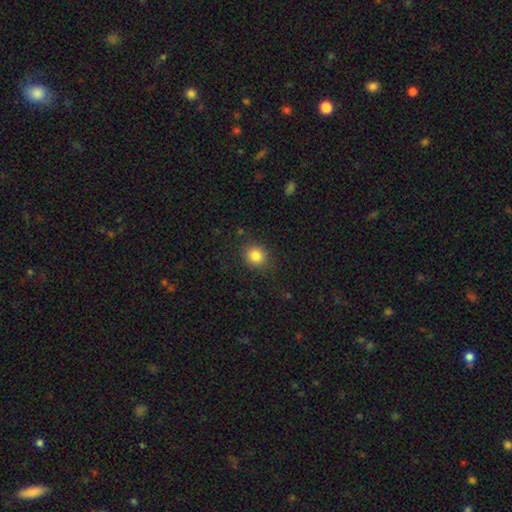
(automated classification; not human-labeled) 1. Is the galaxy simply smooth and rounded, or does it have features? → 84% smooth, 11% star or artifact, 6% featured or disk.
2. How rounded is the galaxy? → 79% round, 20% in between, 1% cigar-shaped.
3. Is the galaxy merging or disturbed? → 86% none, 10% minor disturbance, 3% major disturbance, 1% merger.